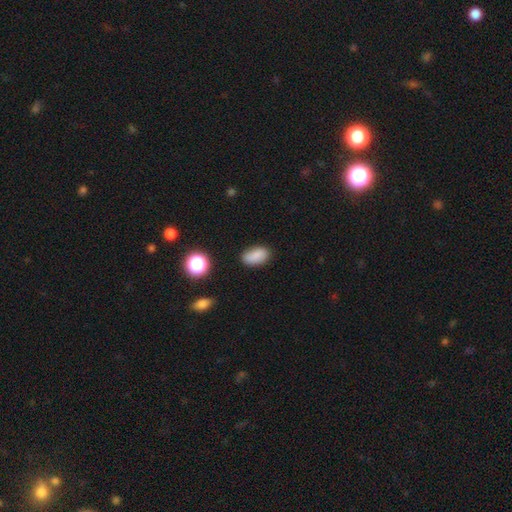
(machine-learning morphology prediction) This appears to be a smooth galaxy with no disk features (85%) that is in between round and cigar-shaped (91%). Merging: none (81%).